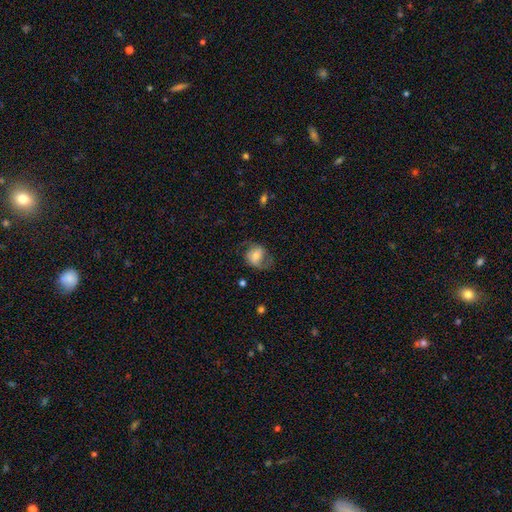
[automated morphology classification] smooth_or_featured: featured or disk (p=0.47) [alt: smooth p=0.45]
merging: none (p=0.60) [alt: minor disturbance p=0.21]